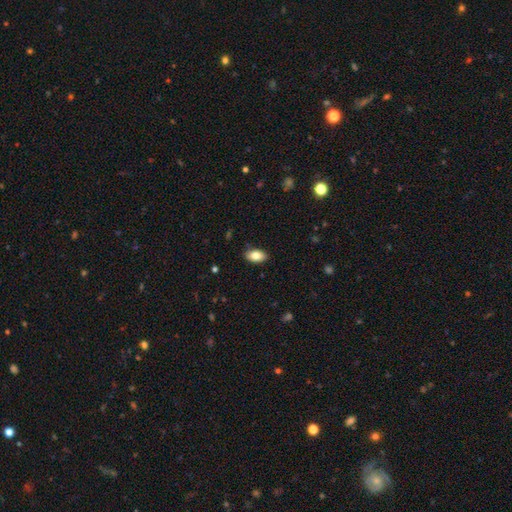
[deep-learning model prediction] Smooth or featured: smooth — 83% (featured or disk — 10%)
How rounded: in between — 93% (round — 5%)
Merging: none — 88% (minor disturbance — 9%)